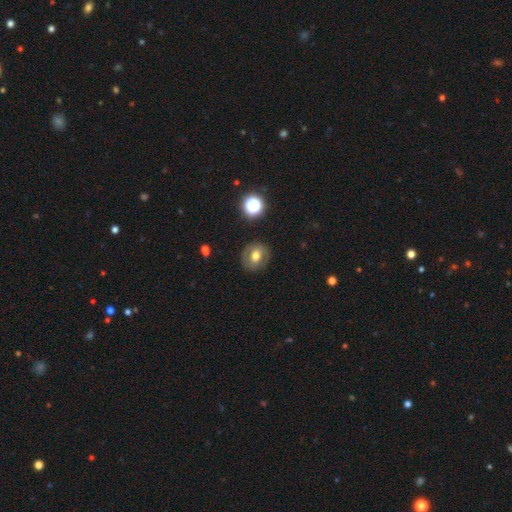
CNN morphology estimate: type=smooth (54%); roundness=round (75%); merging=none (84%).